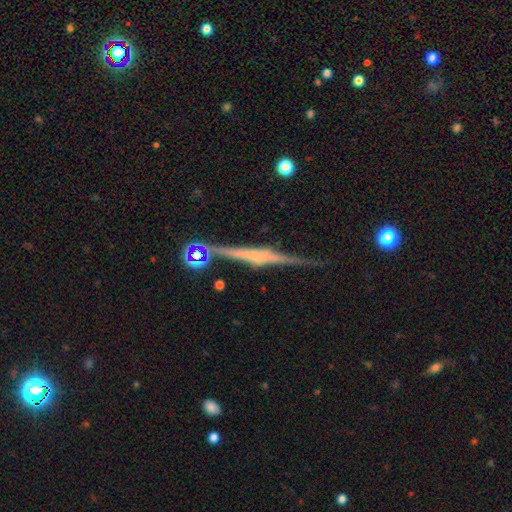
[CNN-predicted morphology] This appears to be a featured or disk galaxy (81%) viewed edge-on (98%) with a rounded central bulge (43%). Merging: none (83%).